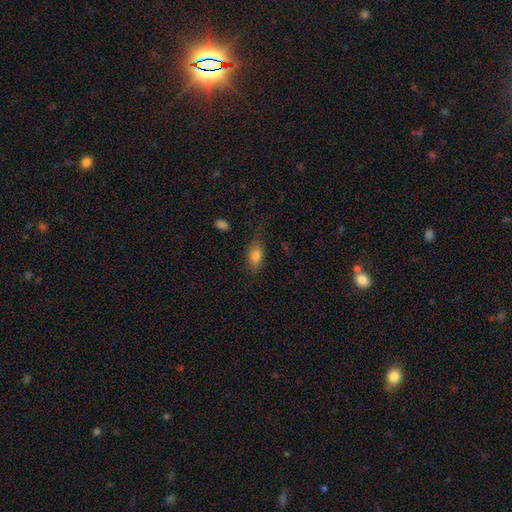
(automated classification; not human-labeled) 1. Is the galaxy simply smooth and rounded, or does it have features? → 81% smooth, 10% star or artifact, 10% featured or disk.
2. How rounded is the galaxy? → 86% in between, 9% round, 5% cigar-shaped.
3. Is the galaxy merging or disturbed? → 62% none, 24% minor disturbance, 12% major disturbance, 3% merger.